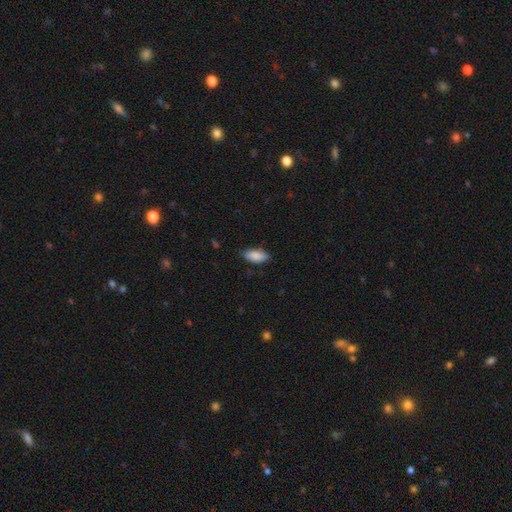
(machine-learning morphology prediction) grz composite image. It shows a smooth galaxy with no disk features (88%) that is in between round and cigar-shaped (90%). Merging: none (79%).